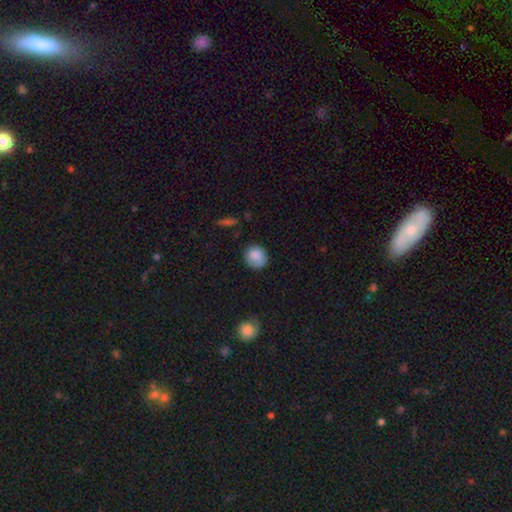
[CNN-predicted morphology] smooth_or_featured: smooth (p=0.86) [alt: star or artifact p=0.08]
how_rounded: round (p=0.83) [alt: in between p=0.16]
merging: none (p=0.76) [alt: minor disturbance p=0.18]